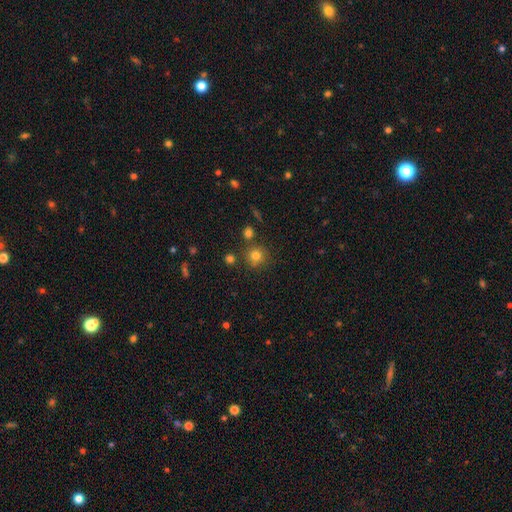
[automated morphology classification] A smooth galaxy with no disk features (77%) that is round (92%). Merging: none (79%).